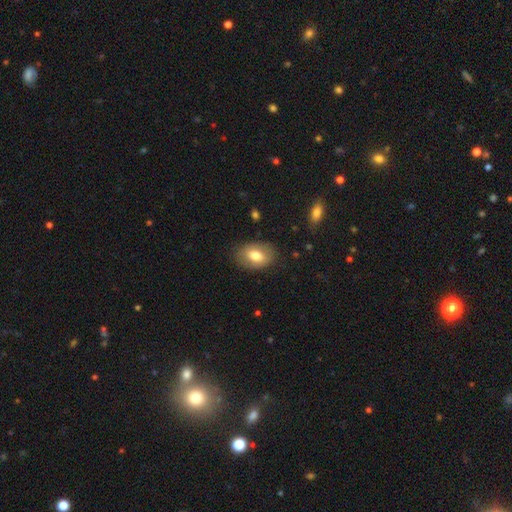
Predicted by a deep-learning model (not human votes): Smooth or featured: smooth — 71% (featured or disk — 22%)
How rounded: in between — 83% (round — 16%)
Merging: none — 81% (minor disturbance — 14%)